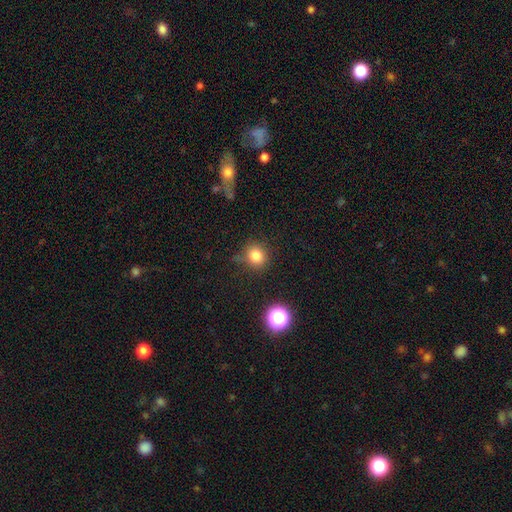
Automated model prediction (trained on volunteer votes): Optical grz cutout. It shows a smooth galaxy with no disk features (80%) that is round (87%). Merging: none (78%).